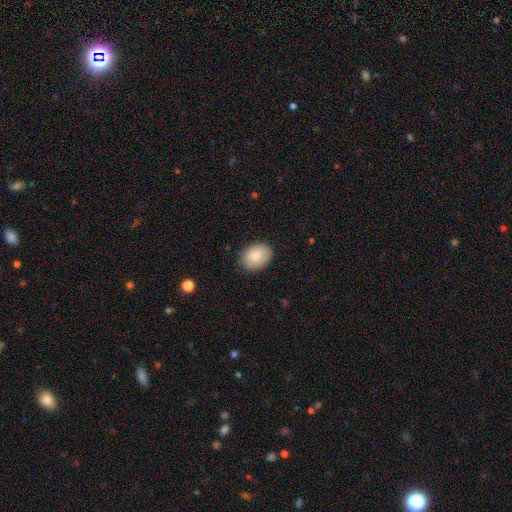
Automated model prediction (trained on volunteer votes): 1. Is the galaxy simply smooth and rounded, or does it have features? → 84% smooth, 9% featured or disk, 7% star or artifact.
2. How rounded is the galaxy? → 64% in between, 36% round, 1% cigar-shaped.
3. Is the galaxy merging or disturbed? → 85% none, 12% minor disturbance, 2% major disturbance, 1% merger.